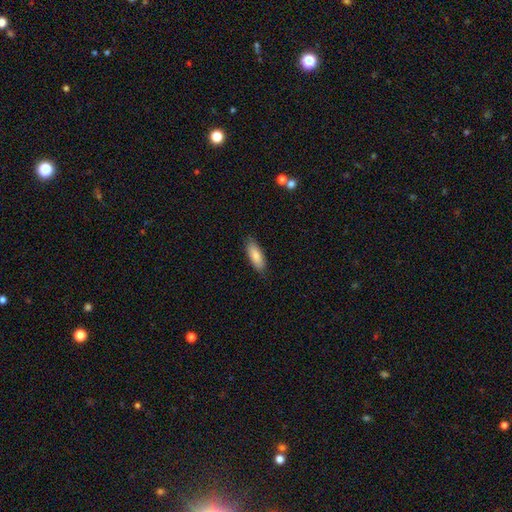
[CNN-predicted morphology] This is clearly a smooth galaxy (83%). How rounded: likely in between (68%). Merging: clearly none (85%).